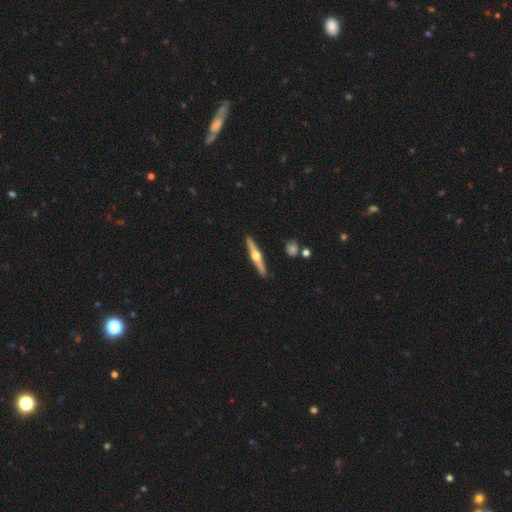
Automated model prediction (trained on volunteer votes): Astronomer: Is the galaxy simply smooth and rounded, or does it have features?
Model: featured or disk — 76%.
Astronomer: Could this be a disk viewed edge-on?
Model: yes — 98%.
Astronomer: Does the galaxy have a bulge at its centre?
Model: rounded — 96%.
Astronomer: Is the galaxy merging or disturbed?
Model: none — 91%.